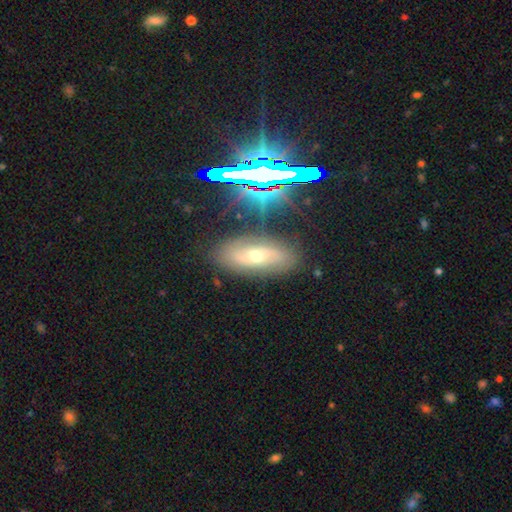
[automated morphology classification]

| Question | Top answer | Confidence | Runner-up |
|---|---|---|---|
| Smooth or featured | featured or disk | 42% | smooth (35%) |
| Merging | none | 80% | minor disturbance (13%) |